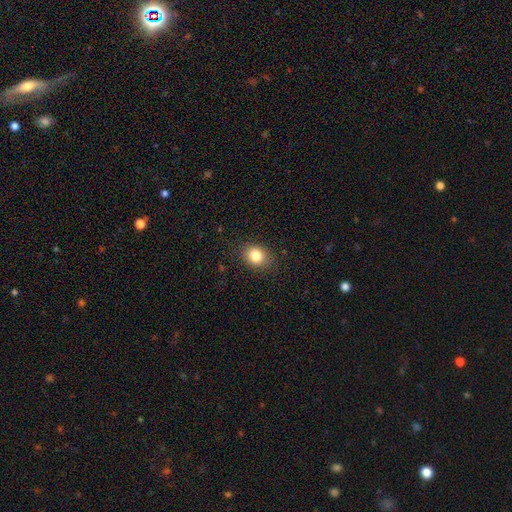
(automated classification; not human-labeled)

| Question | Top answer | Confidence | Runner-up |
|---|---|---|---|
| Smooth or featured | smooth | 83% | star or artifact (10%) |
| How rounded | round | 53% | in between (46%) |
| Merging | none | 85% | minor disturbance (11%) |